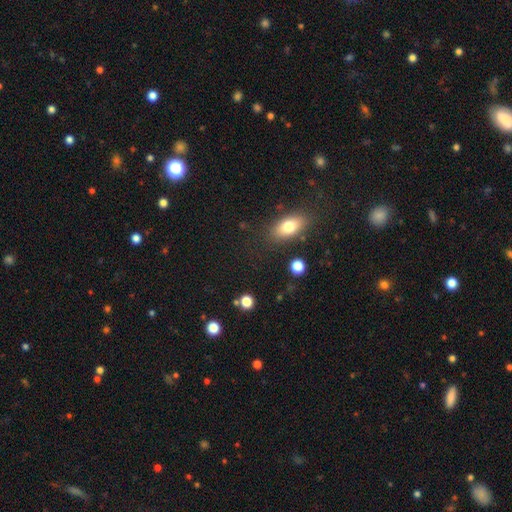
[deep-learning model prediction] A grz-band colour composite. It shows a smooth galaxy with no disk features (60%) that is in between round and cigar-shaped (70%). Merging: none (80%).